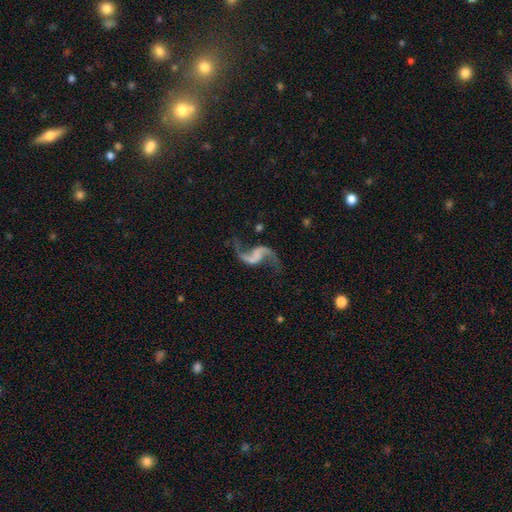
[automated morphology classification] This is clearly a featured or disk galaxy (91%). It is clearly not viewed edge-on (98%). Bar: marginally no (42%). Spiral arm pattern: clearly yes (97%). Spiral arm count: clearly 2 (94%). Spiral winding: clearly loose (89%). Central bulge: likely none (71%). Merging: likely none (74%).